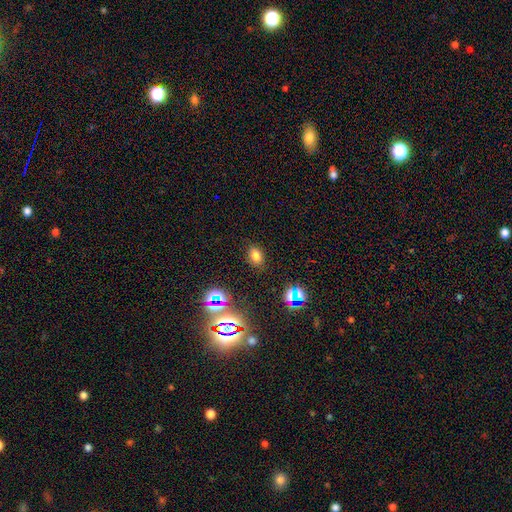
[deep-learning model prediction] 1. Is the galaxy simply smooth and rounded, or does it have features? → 70% smooth, 22% star or artifact, 8% featured or disk.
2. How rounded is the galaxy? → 75% in between, 24% round, 1% cigar-shaped.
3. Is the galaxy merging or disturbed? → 85% none, 9% minor disturbance, 3% major disturbance, 2% merger.